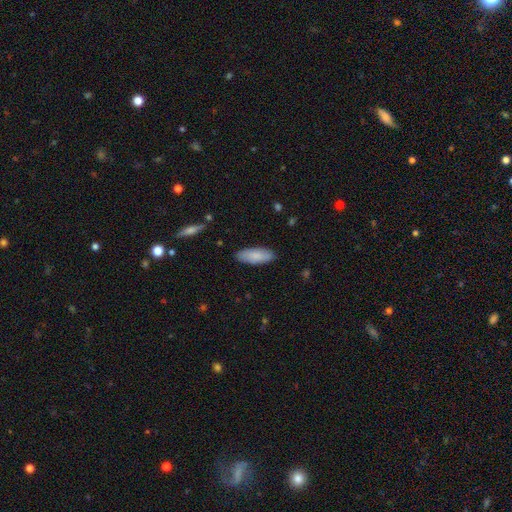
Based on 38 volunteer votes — Smooth or featured? 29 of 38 (76%) said smooth. How rounded? 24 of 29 (83%) said in between. Merging? 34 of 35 (97%) said none.